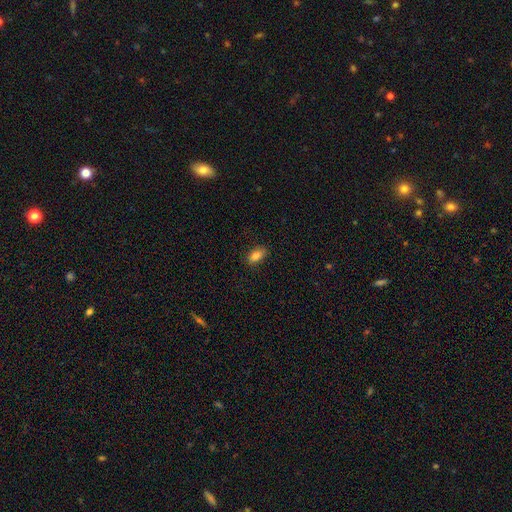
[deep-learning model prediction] smooth 83%, star or artifact 9%, featured or disk 8%. Down the decision tree: how rounded — in between (90%); merging — none (86%).